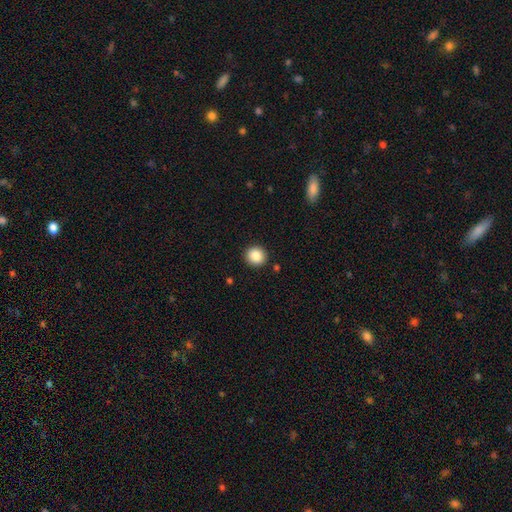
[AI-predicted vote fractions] smooth-or-featured: smooth: 87% | star or artifact: 9% | featured or disk: 4%
  how-rounded: round: 90% | in between: 9% | cigar-shaped: 1%
  merging: none: 91% | minor disturbance: 6% | major disturbance: 2% | merger: 1%